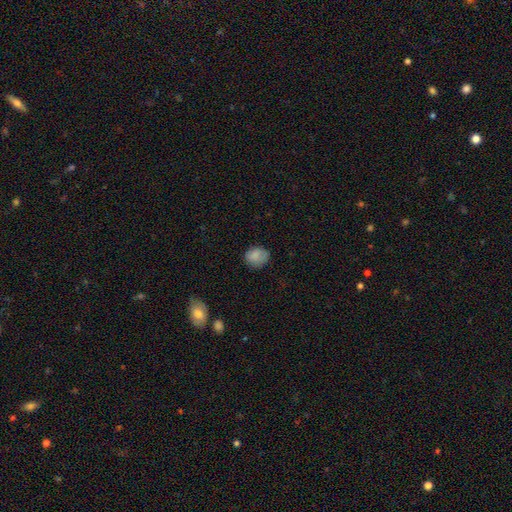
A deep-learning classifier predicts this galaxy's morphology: Q: Smooth or featured?
A: smooth (83%); runner-up: star or artifact (9%)
Q: How rounded?
A: round (58%); runner-up: in between (41%)
Q: Merging?
A: none (71%); runner-up: minor disturbance (22%)